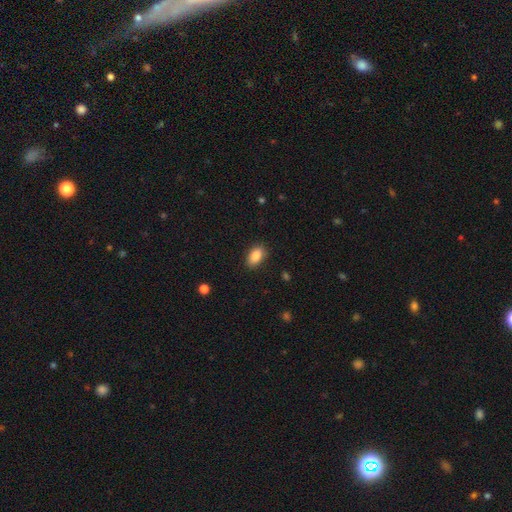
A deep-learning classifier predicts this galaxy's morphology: Overall: smooth (88%). How rounded: in between (91%). Merging: none (86%).